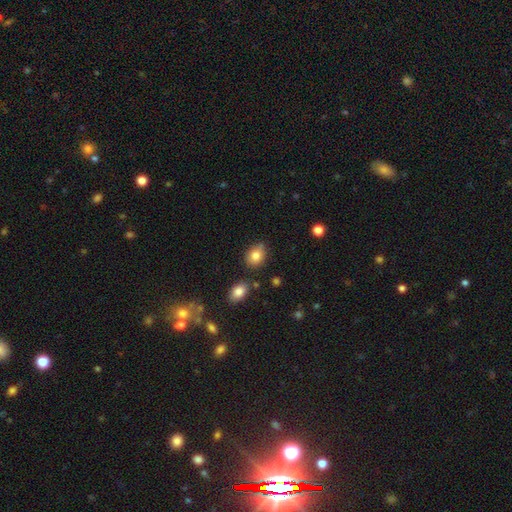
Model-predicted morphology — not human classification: smooth-or-featured: smooth: 82% | star or artifact: 9% | featured or disk: 8%
  how-rounded: in between: 57% | round: 41% | cigar-shaped: 1%
  merging: none: 70% | minor disturbance: 20% | merger: 5% | major disturbance: 4%